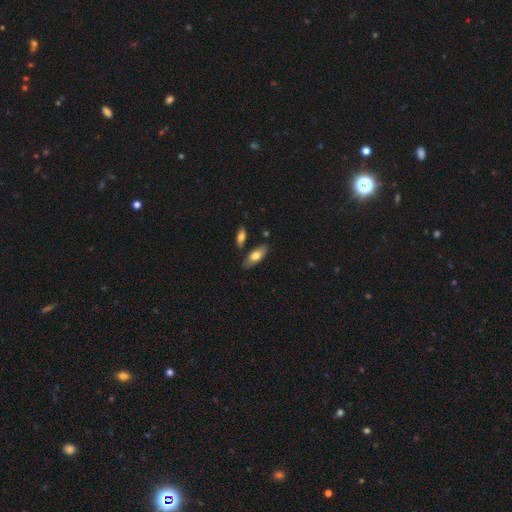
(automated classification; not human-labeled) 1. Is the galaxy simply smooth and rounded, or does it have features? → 69% smooth, 25% featured or disk, 6% star or artifact.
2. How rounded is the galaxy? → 81% in between, 17% cigar-shaped, 2% round.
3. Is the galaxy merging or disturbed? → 77% none, 13% minor disturbance, 7% merger, 3% major disturbance.